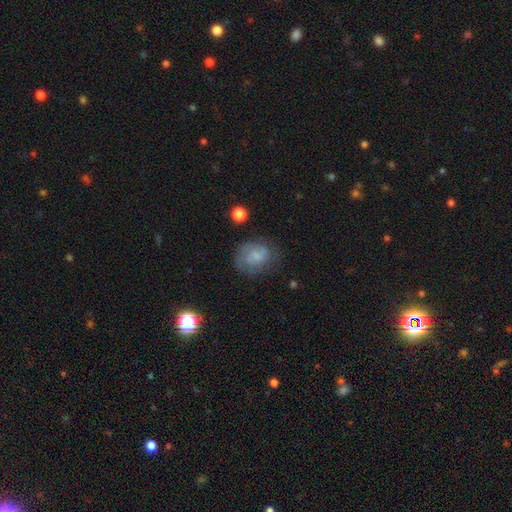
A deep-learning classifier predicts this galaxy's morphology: A smooth galaxy with no disk features (52%) that is round (56%).

Vote fractions:
- Smooth or featured? smooth: 52% / featured or disk: 38% / star or artifact: 10%
- How rounded? round: 56% / in between: 43% / cigar-shaped: 1%
- Merging? none: 60% / minor disturbance: 24% / major disturbance: 13% / merger: 3%